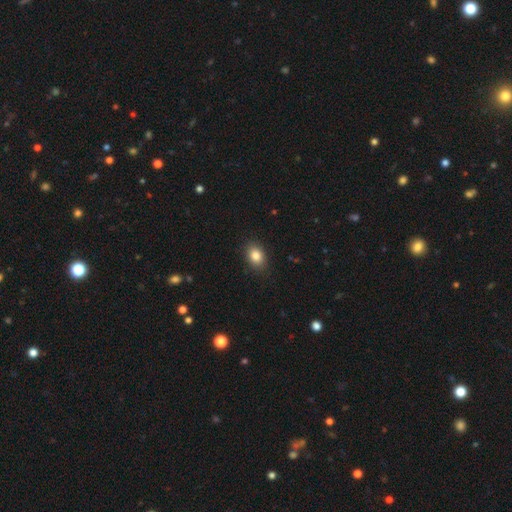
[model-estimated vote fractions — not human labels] smooth_or_featured: smooth (p=0.85) [alt: star or artifact p=0.09]
how_rounded: in between (p=0.71) [alt: round p=0.27]
merging: none (p=0.87) [alt: minor disturbance p=0.10]